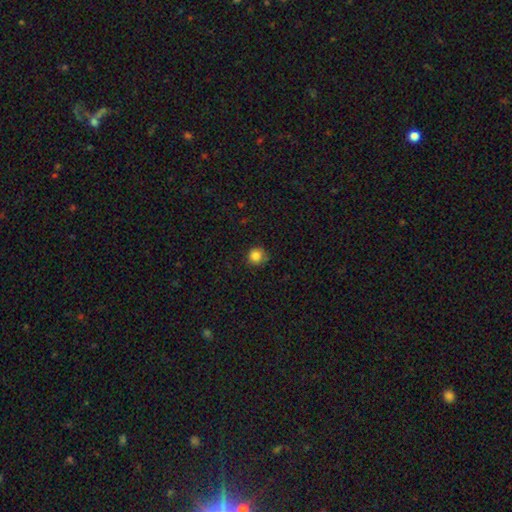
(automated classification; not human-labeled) Morphology: type=smooth (85%); roundness=round (93%); merging=none (81%).